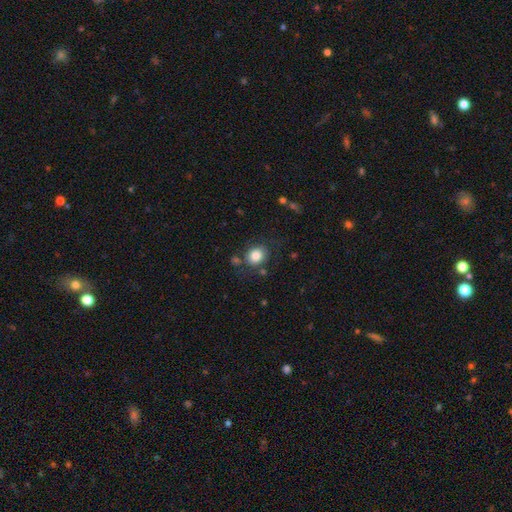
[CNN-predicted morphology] Smooth or featured? smooth (83%)
How rounded? round (69%)
Merging? none (74%)